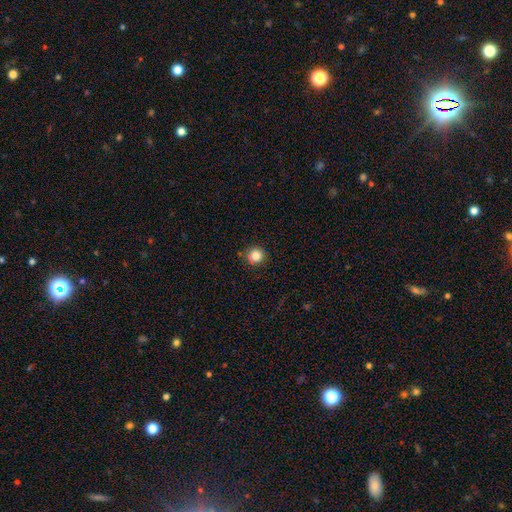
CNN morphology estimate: smooth-or-featured: smooth: 84% | star or artifact: 11% | featured or disk: 5%
  how-rounded: round: 93% | in between: 6% | cigar-shaped: 1%
  merging: none: 87% | minor disturbance: 9% | major disturbance: 2% | merger: 2%